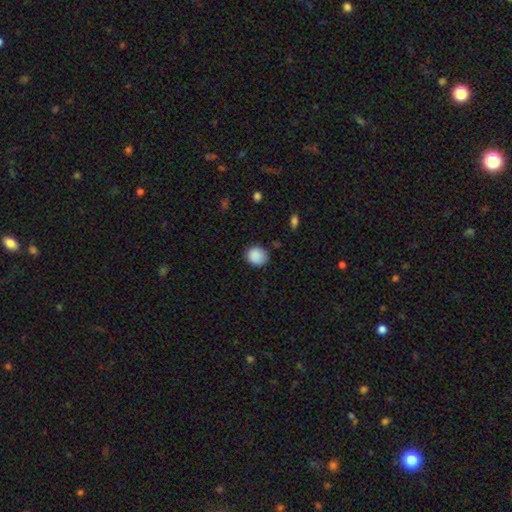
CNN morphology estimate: type=smooth (89%); roundness=round (77%); merging=none (82%).